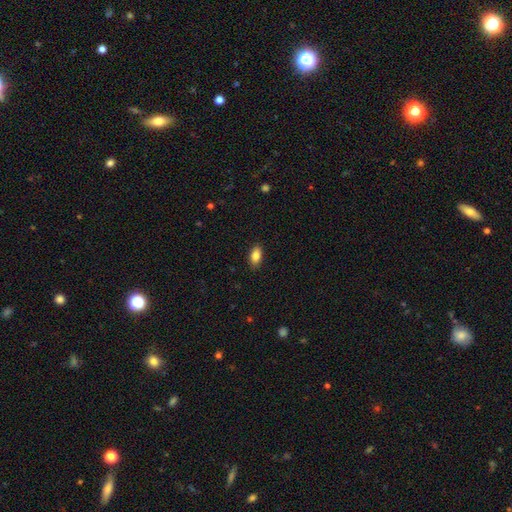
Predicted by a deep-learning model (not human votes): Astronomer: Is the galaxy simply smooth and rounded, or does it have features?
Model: smooth — 85%.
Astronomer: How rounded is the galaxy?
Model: in between — 90%.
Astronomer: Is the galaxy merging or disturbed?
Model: none — 88%.